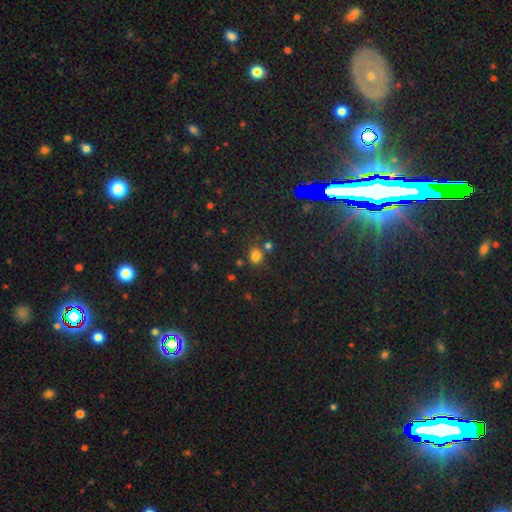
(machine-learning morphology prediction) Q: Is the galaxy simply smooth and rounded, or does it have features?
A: smooth — 73%.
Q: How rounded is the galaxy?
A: round — 56%.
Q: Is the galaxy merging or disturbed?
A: none — 69%.